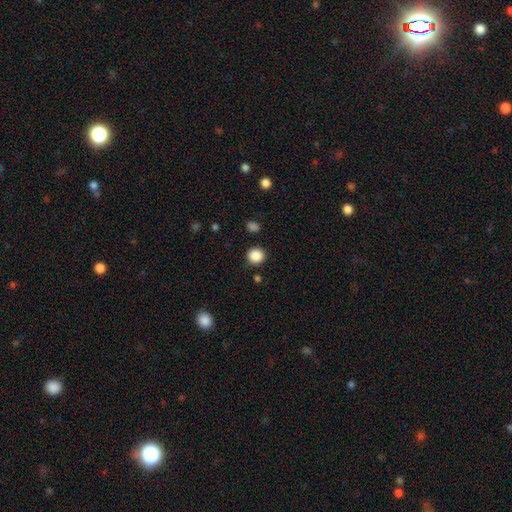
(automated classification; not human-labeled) This appears to be a smooth galaxy with no disk features (87%) that is round (93%). Merging: none (89%).